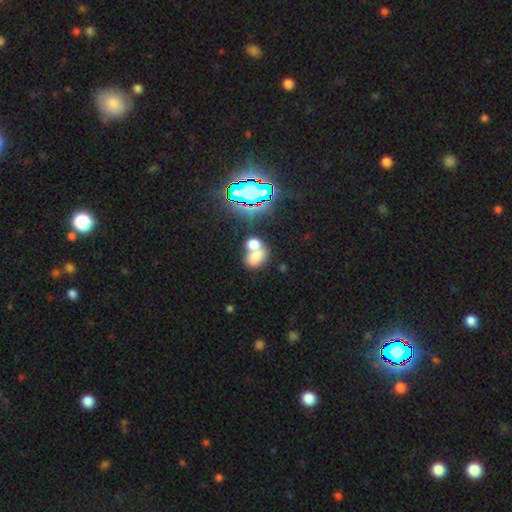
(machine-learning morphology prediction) The model was most divided on "merging": merger: 55%, none: 29%, minor disturbance: 10%, major disturbance: 7%. More confident: smooth or featured — smooth (64%); how rounded — in between (63%).